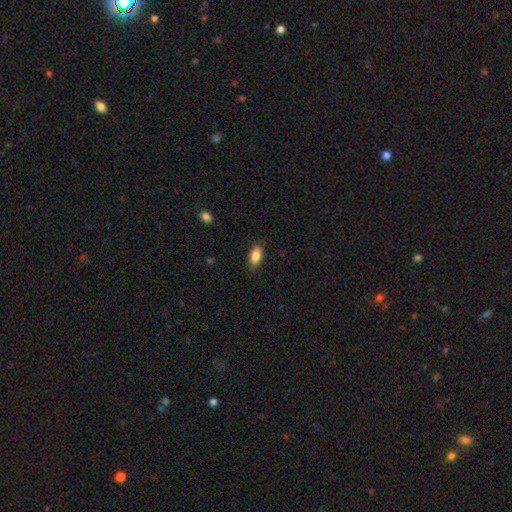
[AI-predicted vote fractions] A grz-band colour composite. It shows a smooth galaxy with no disk features (85%) that is in between round and cigar-shaped (89%). Merging: none (86%).